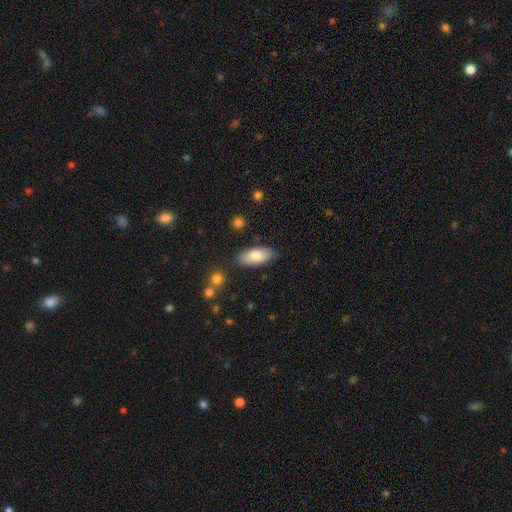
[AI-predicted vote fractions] Overall: smooth (81%). How rounded: in between (86%). Merging: none (82%).